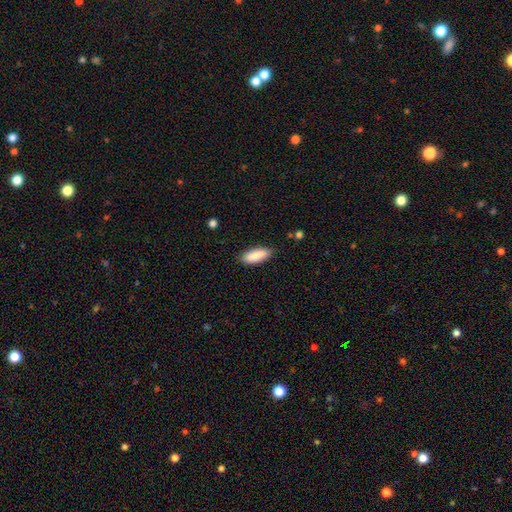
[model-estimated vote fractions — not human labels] A smooth galaxy with no disk features (89%) that is in between round and cigar-shaped (72%).

Vote fractions:
- Smooth or featured? smooth: 89% / star or artifact: 6% / featured or disk: 5%
- How rounded? in between: 72% / cigar-shaped: 27% / round: 2%
- Merging? none: 87% / minor disturbance: 10% / major disturbance: 2% / merger: 1%